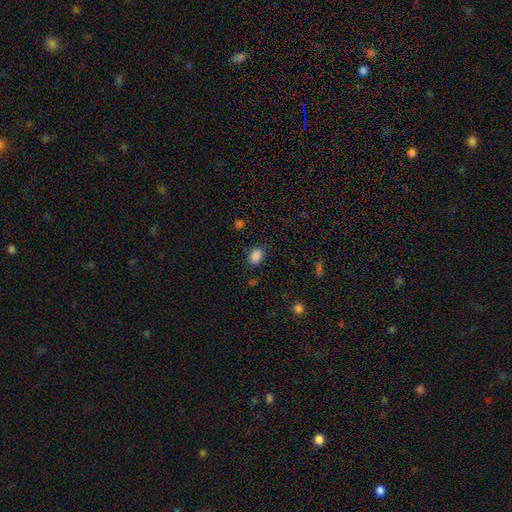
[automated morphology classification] The model was most divided on "how rounded": in between: 66%, round: 33%, cigar-shaped: 1%. More confident: smooth or featured — smooth (86%); merging — none (83%).